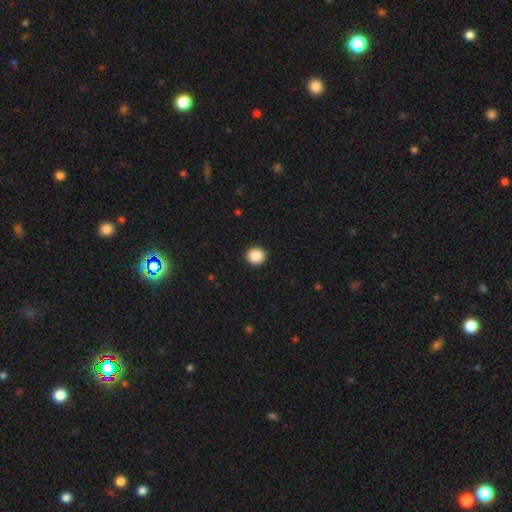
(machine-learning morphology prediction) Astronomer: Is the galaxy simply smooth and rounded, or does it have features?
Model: smooth — 88%.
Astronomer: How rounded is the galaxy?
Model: round — 91%.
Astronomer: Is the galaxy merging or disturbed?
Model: none — 93%.